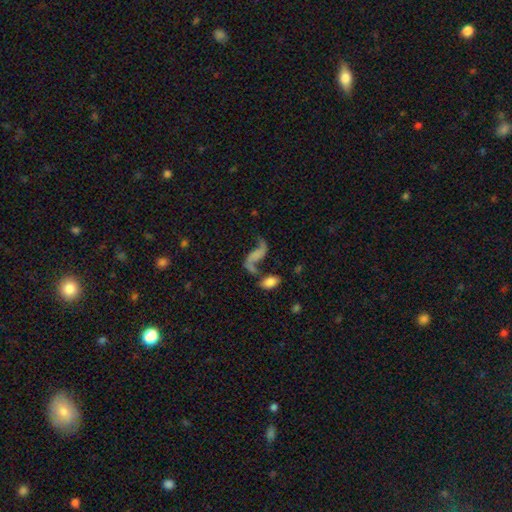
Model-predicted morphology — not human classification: The model was most divided on "merging": none: 45%, merger: 24%, minor disturbance: 16%, major disturbance: 15%. More confident: edge-on disk — no (94%); spiral winding — loose (91%); spiral arm count — 2 (89%); spiral arms — yes (89%); smooth or featured — featured or disk (72%); bulge size — none (61%); bar — no (60%).